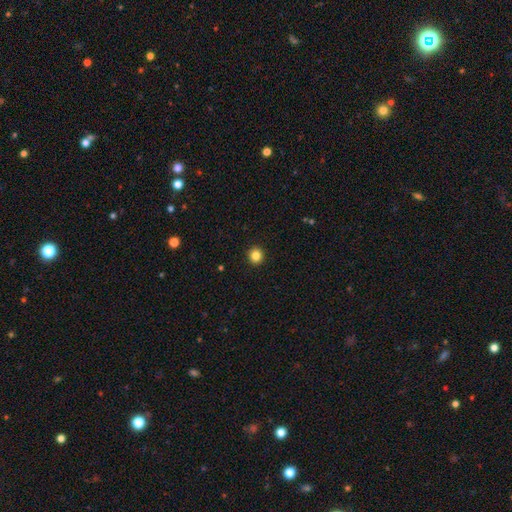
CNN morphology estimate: Smooth or featured? Predicted: smooth (p=0.84). How rounded? Predicted: round (p=0.94). Merging? Predicted: none (p=0.93).